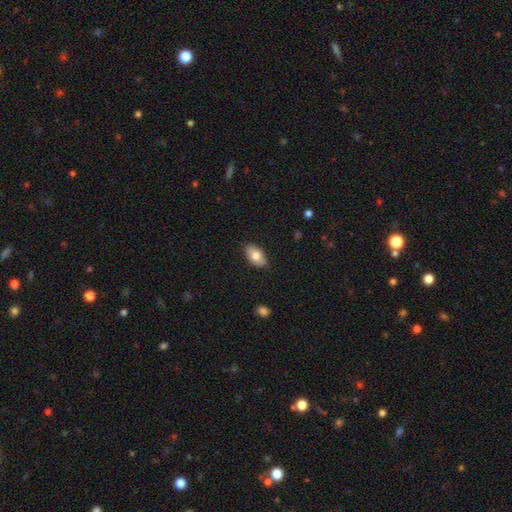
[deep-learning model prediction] Q: Smooth or featured?
A: smooth (77%); runner-up: featured or disk (17%)
Q: How rounded?
A: in between (92%); runner-up: round (6%)
Q: Merging?
A: none (86%); runner-up: minor disturbance (11%)